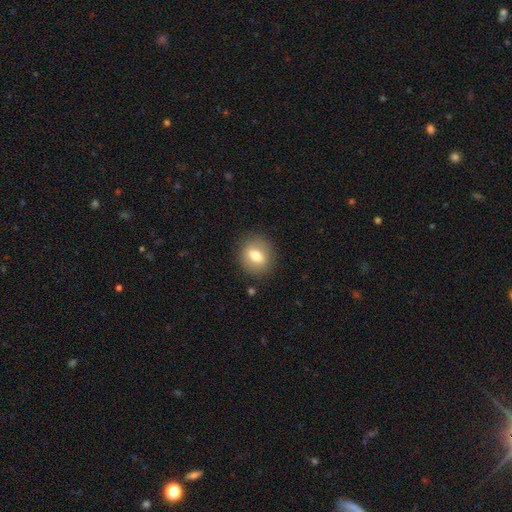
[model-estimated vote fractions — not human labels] Q: Smooth or featured?
A: smooth (69%); runner-up: featured or disk (22%)
Q: How rounded?
A: round (61%); runner-up: in between (38%)
Q: Merging?
A: none (86%); runner-up: minor disturbance (9%)